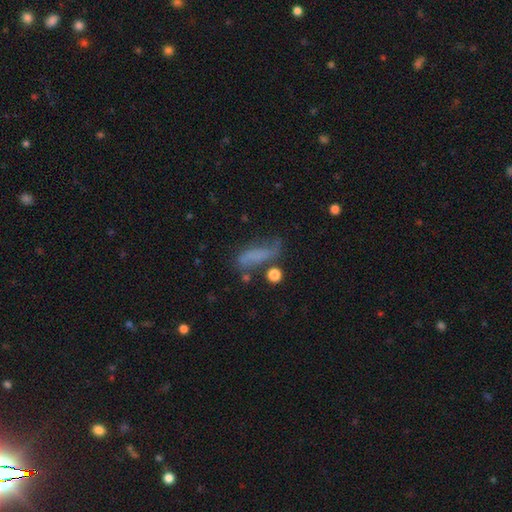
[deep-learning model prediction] smooth 53%, featured or disk 31%, star or artifact 16%. Down the decision tree: how rounded — in between (53%); merging — none (41%).